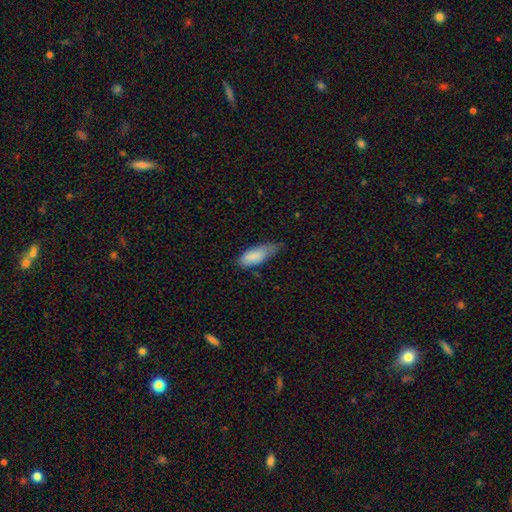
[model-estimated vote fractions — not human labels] Overall: smooth (84%). How rounded: in between (82%). Merging: minor disturbance (49%; none 35%).